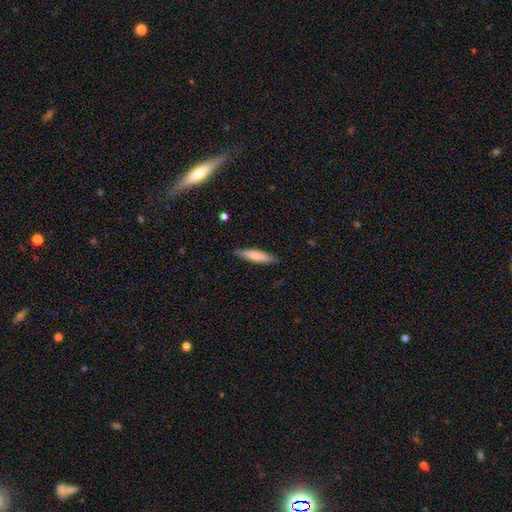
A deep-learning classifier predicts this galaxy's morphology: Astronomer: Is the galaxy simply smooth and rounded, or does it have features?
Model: smooth — 73%.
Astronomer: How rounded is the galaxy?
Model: cigar-shaped — 84%.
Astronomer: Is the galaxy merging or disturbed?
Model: none — 87%.